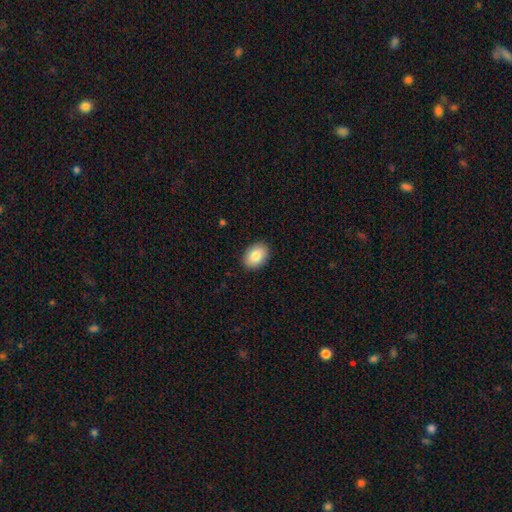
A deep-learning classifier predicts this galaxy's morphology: This appears to be a smooth galaxy with no disk features (85%) that is in between round and cigar-shaped (83%). Merging: none (90%).